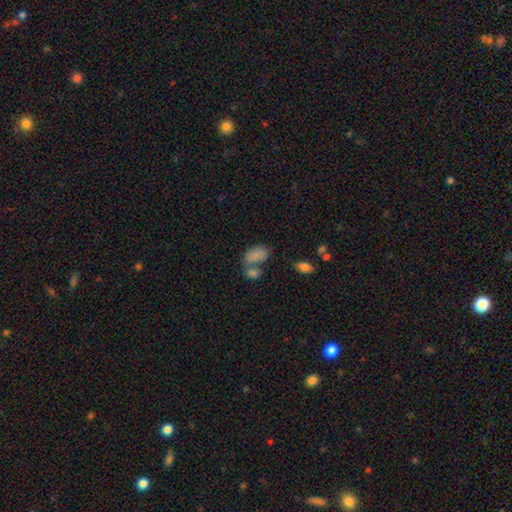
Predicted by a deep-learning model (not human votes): Q: Smooth or featured?
A: smooth (82%); runner-up: star or artifact (9%)
Q: How rounded?
A: in between (91%); runner-up: round (7%)
Q: Merging?
A: merger (42%); runner-up: none (37%)